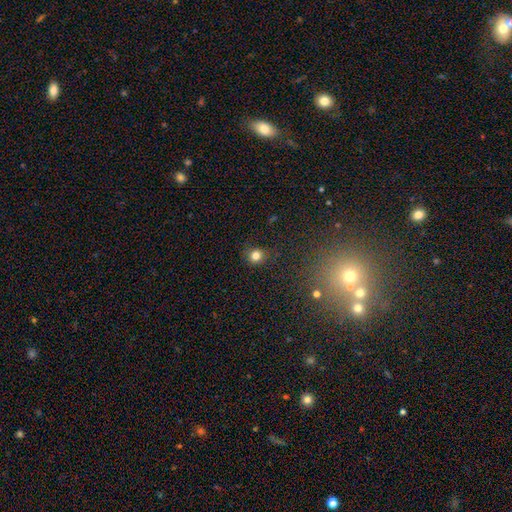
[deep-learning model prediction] smooth-or-featured: smooth: 80% | star or artifact: 14% | featured or disk: 6%
  how-rounded: round: 86% | in between: 13% | cigar-shaped: 1%
  merging: none: 82% | minor disturbance: 12% | major disturbance: 4% | merger: 2%